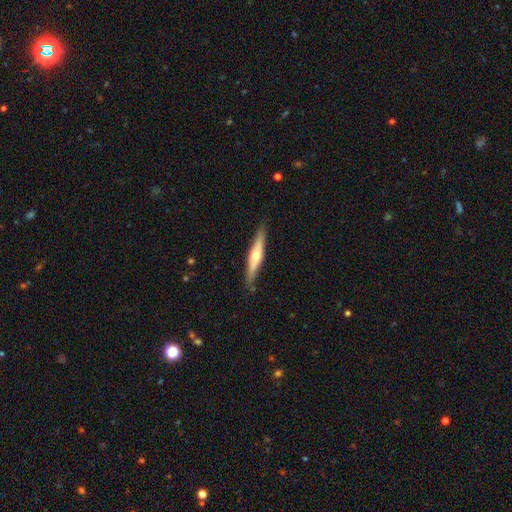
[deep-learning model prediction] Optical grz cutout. It shows a featured or disk galaxy (58%) viewed edge-on (94%) with a rounded central bulge (86%). Merging: none (86%).